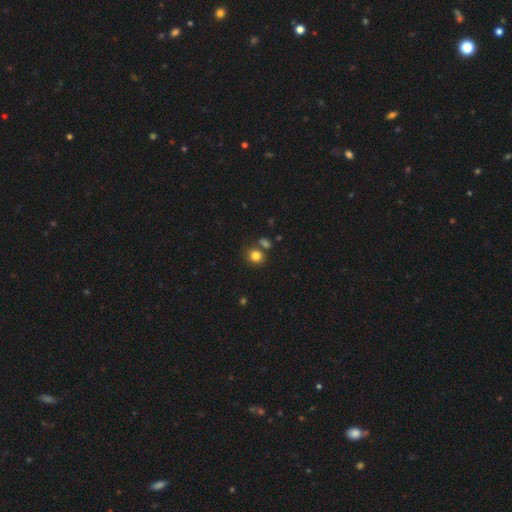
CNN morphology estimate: Q: Smooth or featured?
A: smooth (82%); runner-up: star or artifact (12%)
Q: How rounded?
A: round (78%); runner-up: in between (21%)
Q: Merging?
A: none (70%); runner-up: merger (15%)